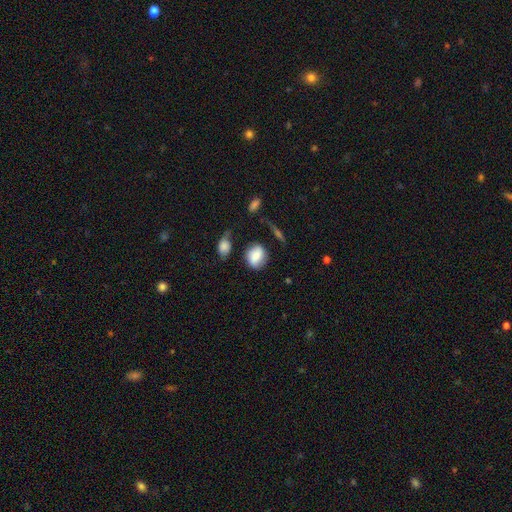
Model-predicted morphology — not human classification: Q: Smooth or featured?
A: smooth (72%); runner-up: featured or disk (19%)
Q: How rounded?
A: round (55%); runner-up: in between (44%)
Q: Merging?
A: none (66%); runner-up: minor disturbance (21%)